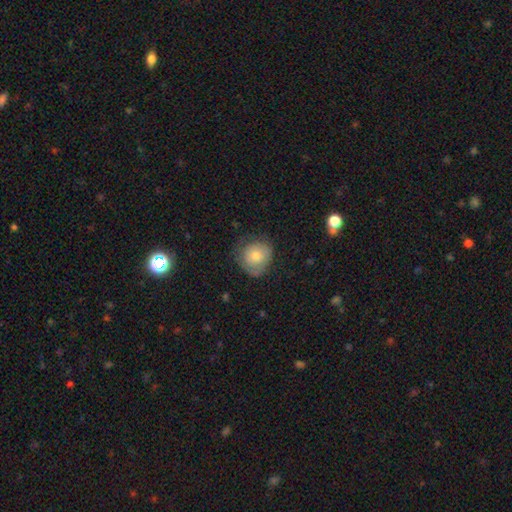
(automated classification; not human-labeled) The model was most divided on "merging": none: 63%, minor disturbance: 26%, major disturbance: 9%, merger: 1%. More confident: how rounded — round (84%); smooth or featured — smooth (71%).